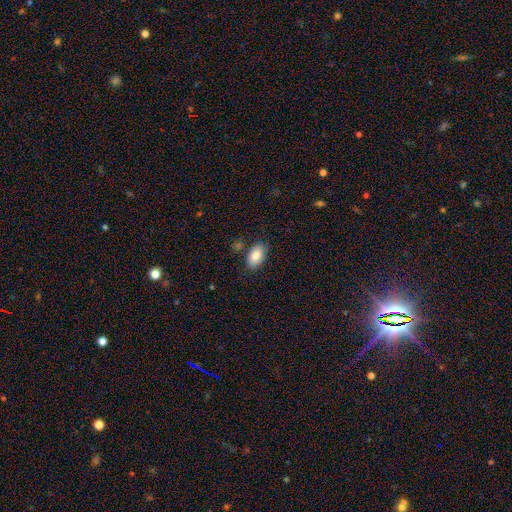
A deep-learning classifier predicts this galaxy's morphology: Smooth or featured? Predicted: smooth (p=0.85). How rounded? Predicted: in between (p=0.93). Merging? Predicted: none (p=0.81).